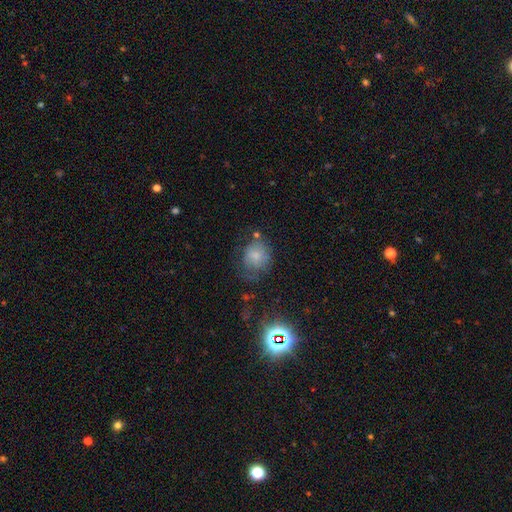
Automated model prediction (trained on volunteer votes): Overall: smooth (69%). How rounded: round (66%; in between 33%). Merging: none (49%; minor disturbance 28%).